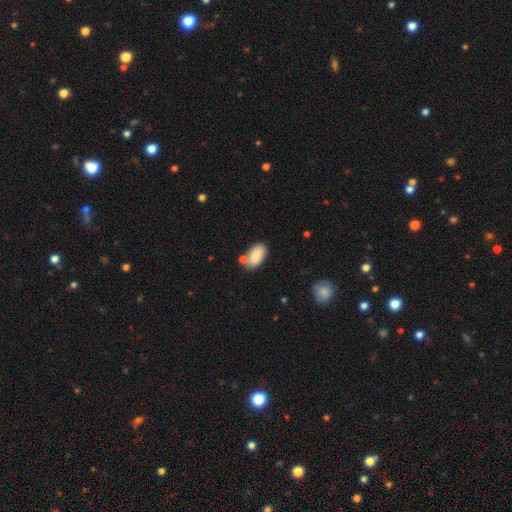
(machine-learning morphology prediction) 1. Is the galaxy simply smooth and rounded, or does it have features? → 85% smooth, 8% featured or disk, 7% star or artifact.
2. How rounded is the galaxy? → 94% in between, 5% round, 2% cigar-shaped.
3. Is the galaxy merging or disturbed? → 65% none, 16% merger, 15% minor disturbance, 4% major disturbance.